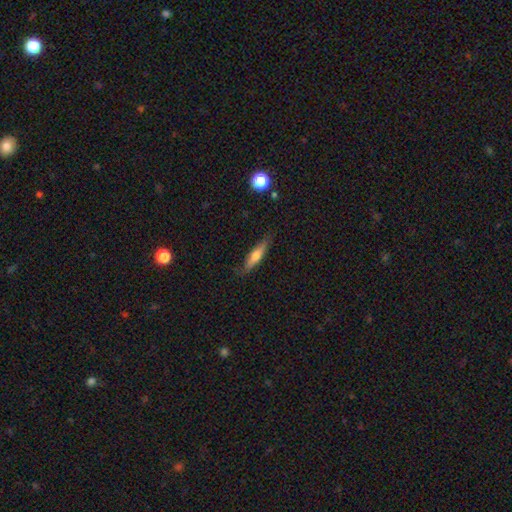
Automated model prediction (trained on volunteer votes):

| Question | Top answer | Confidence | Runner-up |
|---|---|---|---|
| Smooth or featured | smooth | 59% | featured or disk (35%) |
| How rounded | cigar-shaped | 75% | in between (23%) |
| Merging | none | 81% | minor disturbance (15%) |